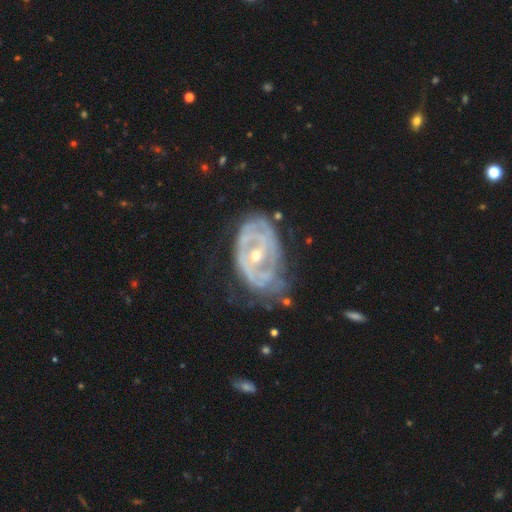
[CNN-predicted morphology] This appears to be a featured or disk galaxy (85%) with no bar (46%), tight (65%) spiral arms (82%) and a small central bulge (56%). Merging: none (48%).